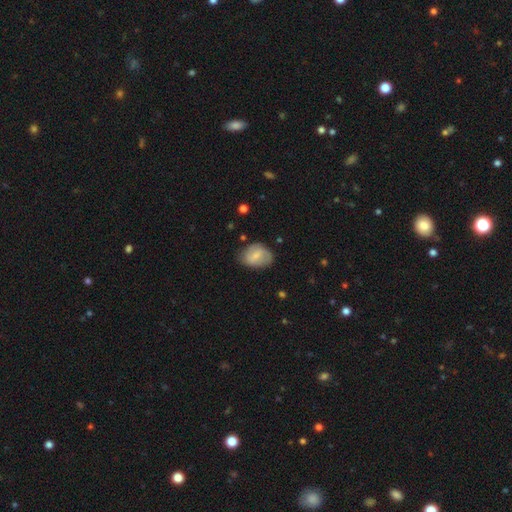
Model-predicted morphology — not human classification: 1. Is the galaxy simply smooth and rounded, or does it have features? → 53% smooth, 40% featured or disk, 7% star or artifact.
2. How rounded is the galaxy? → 68% in between, 31% round, 1% cigar-shaped.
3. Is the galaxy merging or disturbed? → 62% none, 28% minor disturbance, 8% major disturbance, 2% merger.